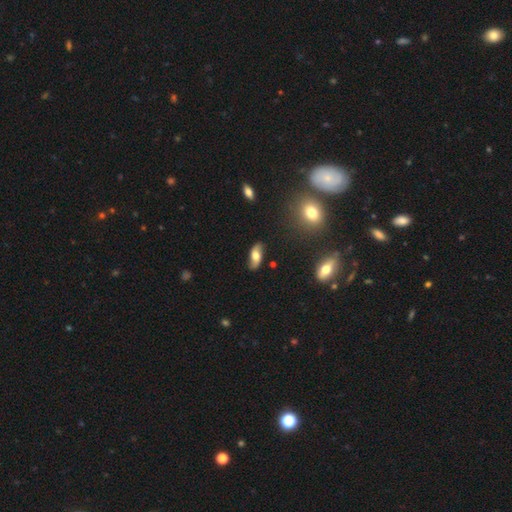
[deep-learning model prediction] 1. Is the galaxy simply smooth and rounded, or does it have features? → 48% smooth, 44% featured or disk, 8% star or artifact.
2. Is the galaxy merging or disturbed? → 80% none, 15% minor disturbance, 4% major disturbance, 2% merger.